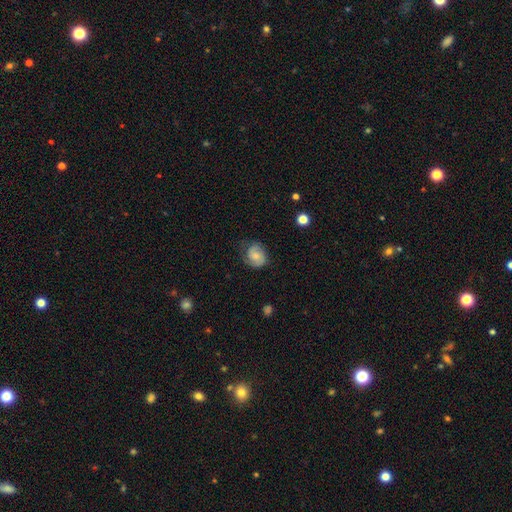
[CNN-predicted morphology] The model was most divided on "smooth or featured": smooth: 52%, featured or disk: 40%, star or artifact: 8%. More confident: merging — none (64%); how rounded — round (62%).